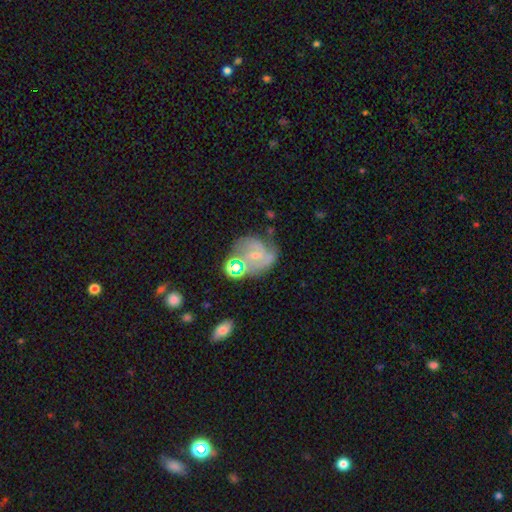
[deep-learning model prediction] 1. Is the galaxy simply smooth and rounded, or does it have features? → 72% featured or disk, 18% smooth, 10% star or artifact.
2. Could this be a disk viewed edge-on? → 98% no, 2% yes.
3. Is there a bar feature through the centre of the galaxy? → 53% no, 38% weak, 9% strong.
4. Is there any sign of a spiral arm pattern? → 87% yes, 13% no.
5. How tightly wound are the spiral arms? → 44% medium, 39% tight, 18% loose.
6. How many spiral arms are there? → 41% 2, 27% can't tell, 20% 3, 5% 1, 4% 4, 3% more than 4.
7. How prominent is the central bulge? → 69% small, 25% moderate, 4% none, 1% large, 1% dominant.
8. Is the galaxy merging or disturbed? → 49% none, 24% minor disturbance, 15% major disturbance, 11% merger.